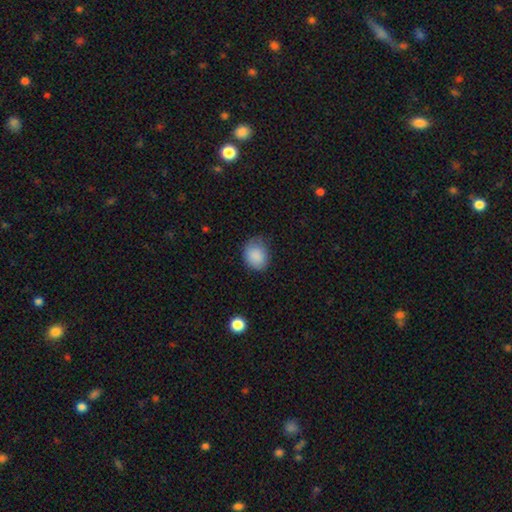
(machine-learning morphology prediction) This appears to be a smooth galaxy with no disk features (87%) that is round (60%). Merging: none (65%).